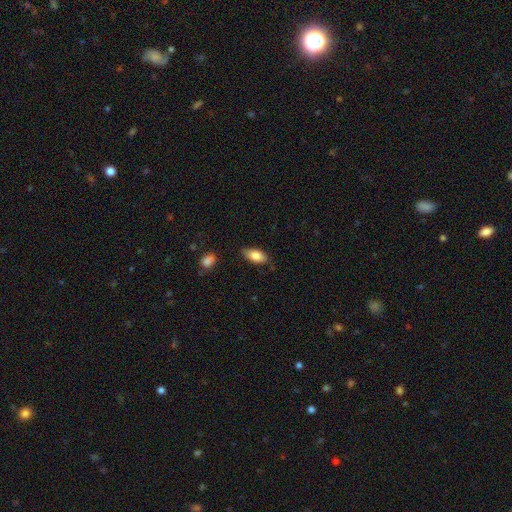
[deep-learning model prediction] Smooth or featured: smooth — 83% (featured or disk — 10%)
How rounded: in between — 89% (cigar-shaped — 8%)
Merging: none — 78% (minor disturbance — 17%)